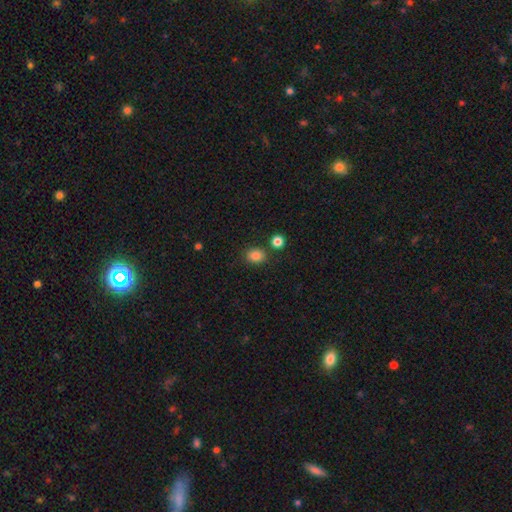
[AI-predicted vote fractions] Q: Smooth or featured?
A: smooth (84%); runner-up: star or artifact (11%)
Q: How rounded?
A: round (59%); runner-up: in between (40%)
Q: Merging?
A: none (79%); runner-up: minor disturbance (10%)